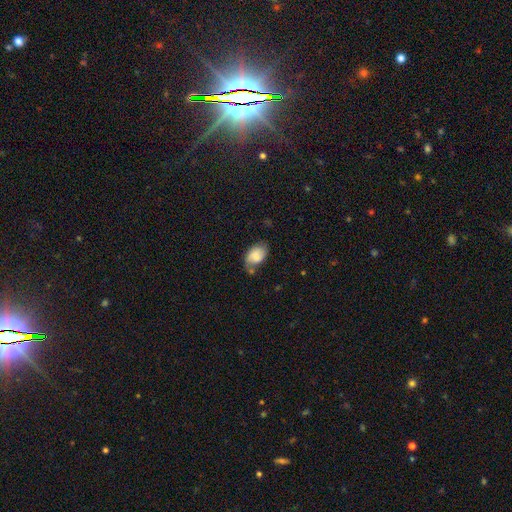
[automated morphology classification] smooth_or_featured: smooth (p=0.72) [alt: featured or disk p=0.20]
how_rounded: in between (p=0.88) [alt: round p=0.11]
merging: none (p=0.49) [alt: minor disturbance p=0.32]